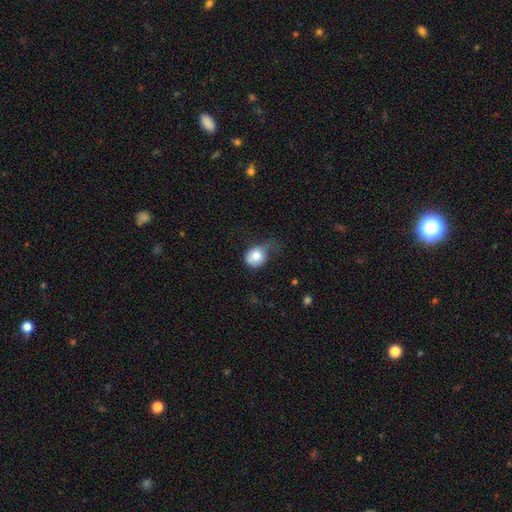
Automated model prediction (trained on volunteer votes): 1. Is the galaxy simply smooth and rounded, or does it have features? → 77% smooth, 15% featured or disk, 8% star or artifact.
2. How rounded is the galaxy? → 63% round, 36% in between, 1% cigar-shaped.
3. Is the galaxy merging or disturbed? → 42% minor disturbance, 29% major disturbance, 25% none, 3% merger.